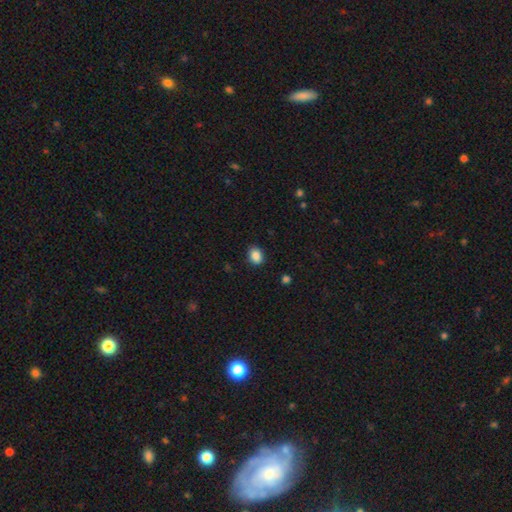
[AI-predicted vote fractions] Smooth or featured? Predicted: smooth (p=0.87). How rounded? Predicted: in between (p=0.61). Merging? Predicted: none (p=0.83).